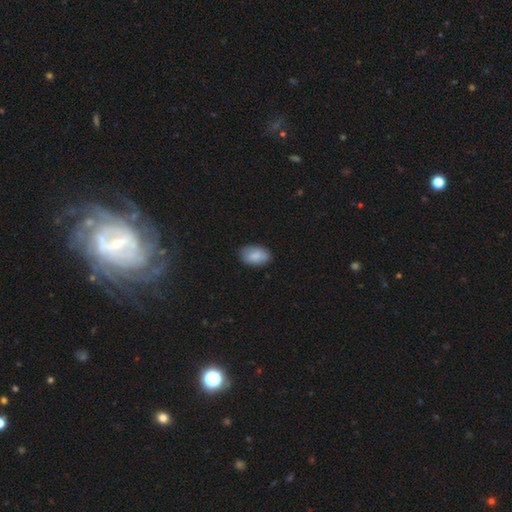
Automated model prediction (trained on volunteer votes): Q: Smooth or featured?
A: smooth (85%); runner-up: featured or disk (9%)
Q: How rounded?
A: in between (92%); runner-up: round (7%)
Q: Merging?
A: none (82%); runner-up: minor disturbance (14%)